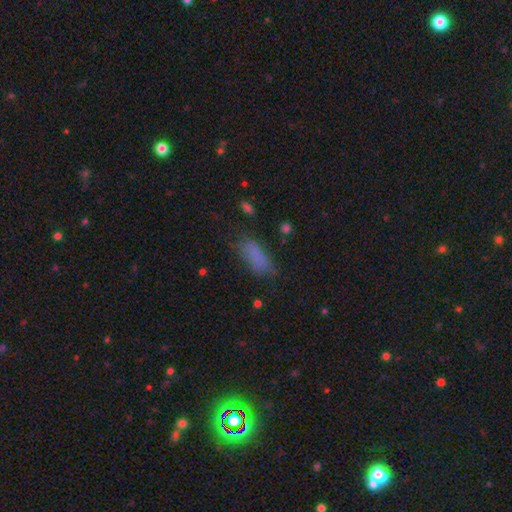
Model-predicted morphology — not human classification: A smooth galaxy with no disk features (79%) that is in between round and cigar-shaped (73%).

Vote fractions:
- Smooth or featured? smooth: 79% / star or artifact: 12% / featured or disk: 9%
- How rounded? in between: 73% / cigar-shaped: 24% / round: 3%
- Merging? none: 64% / minor disturbance: 23% / major disturbance: 11% / merger: 2%